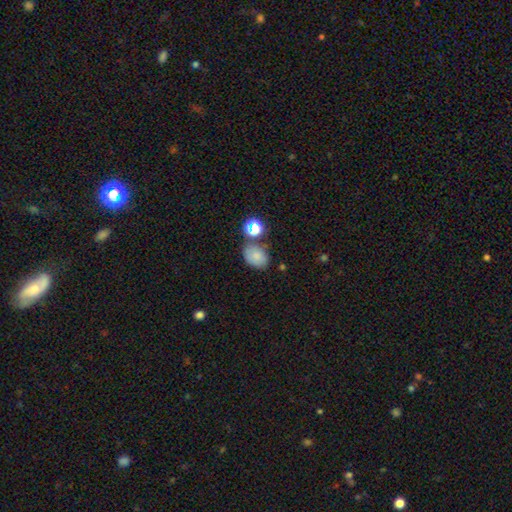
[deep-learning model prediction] A smooth galaxy with no disk features (78%) that is in between round and cigar-shaped (70%). Merging: none (63%).